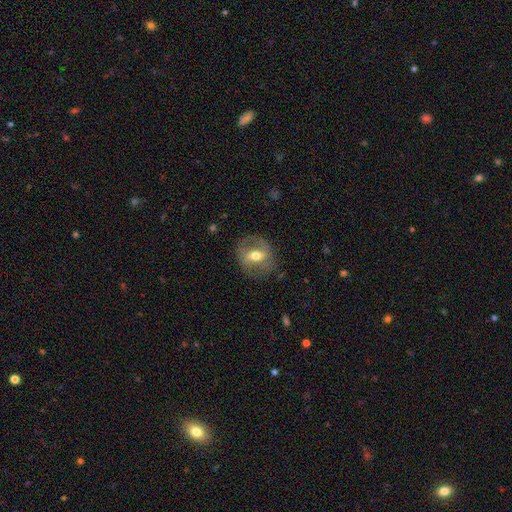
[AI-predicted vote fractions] This appears to be a featured or disk galaxy (65%) with a strong bar (45%), spiral arms (60%) and a moderate central bulge (72%). Merging: none (75%).